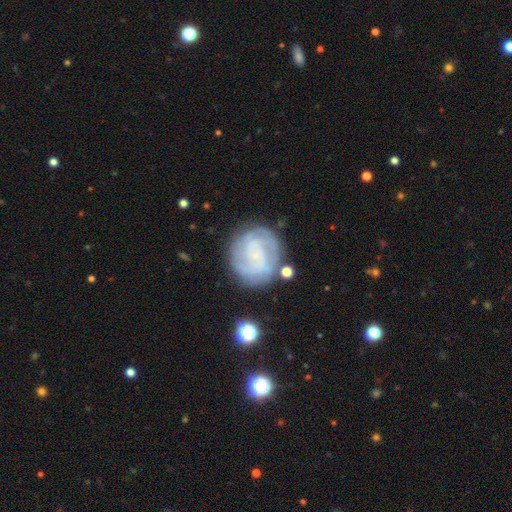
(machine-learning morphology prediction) Overall: featured or disk (70%). Edge-on disk: no (98%). Bar: no (59%; weak 32%). Spiral arms: yes (88%). Spiral arm count: can't tell (34%; 2 32%). Spiral winding: tight (62%; medium 29%). Bulge size: small (47%; none 42%). Merging: none (75%).